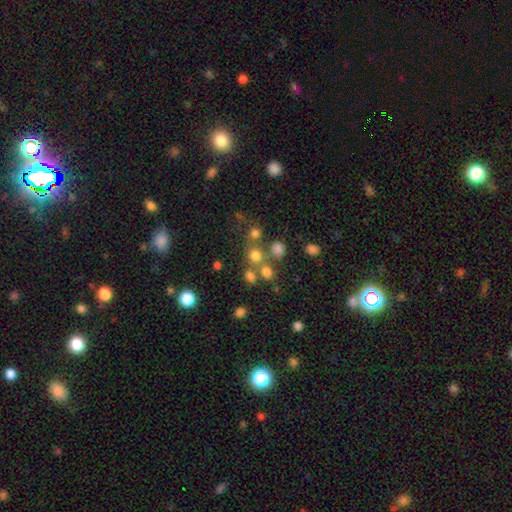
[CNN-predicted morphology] Smooth or featured?
  - smooth: 69% *
  - star or artifact: 20%
  - featured or disk: 11%
How rounded?
  - round: 85% *
  - in between: 14%
  - cigar-shaped: 1%
Merging?
  - none: 59% *
  - merger: 28%
  - minor disturbance: 9%
  - major disturbance: 5%